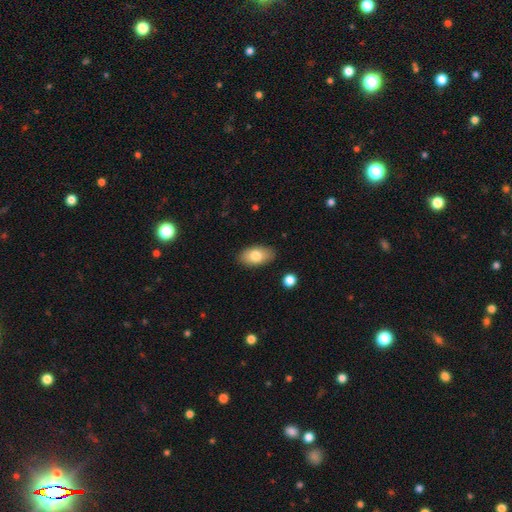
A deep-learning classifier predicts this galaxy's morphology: Smooth or featured? smooth (79%)
How rounded? in between (93%)
Merging? none (86%)